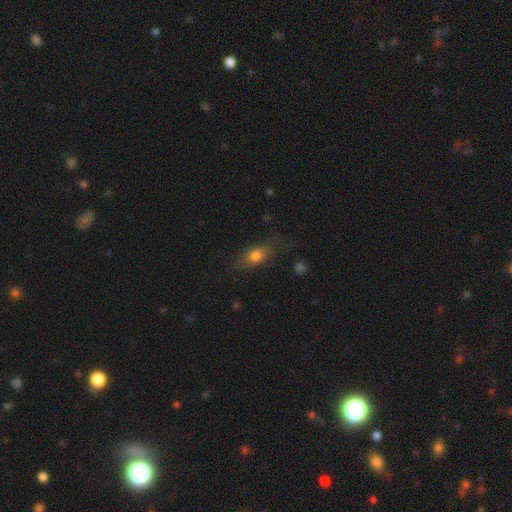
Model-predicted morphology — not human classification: The model was most divided on "merging": none: 65%, minor disturbance: 21%, major disturbance: 11%, merger: 2%. More confident: smooth or featured — smooth (70%); how rounded — in between (67%).